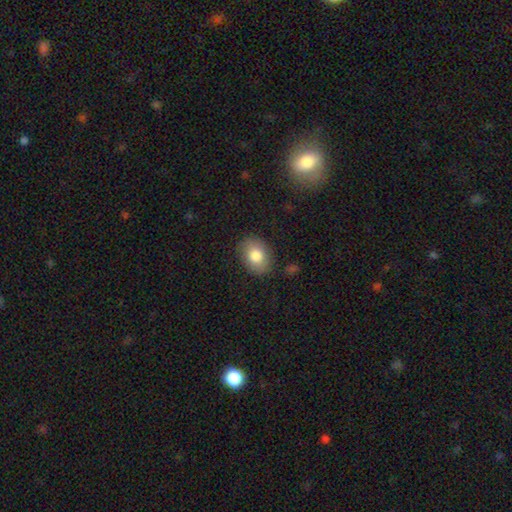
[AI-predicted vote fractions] Q: Smooth or featured?
A: smooth (81%); runner-up: featured or disk (12%)
Q: How rounded?
A: in between (71%); runner-up: round (28%)
Q: Merging?
A: none (84%); runner-up: minor disturbance (12%)